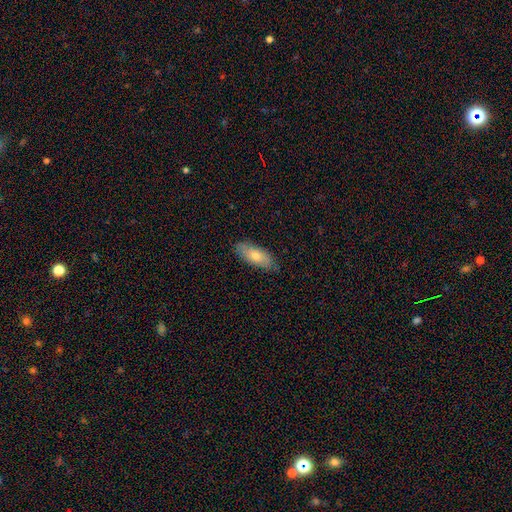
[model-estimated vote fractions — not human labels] Smooth or featured? Predicted: smooth (p=0.73). How rounded? Predicted: in between (p=0.81). Merging? Predicted: none (p=0.85).